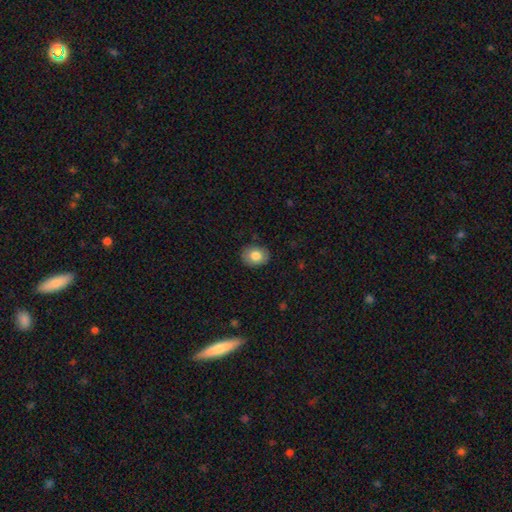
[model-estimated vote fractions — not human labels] Smooth or featured? Predicted: smooth (p=0.81). How rounded? Predicted: in between (p=0.54). Merging? Predicted: none (p=0.87).